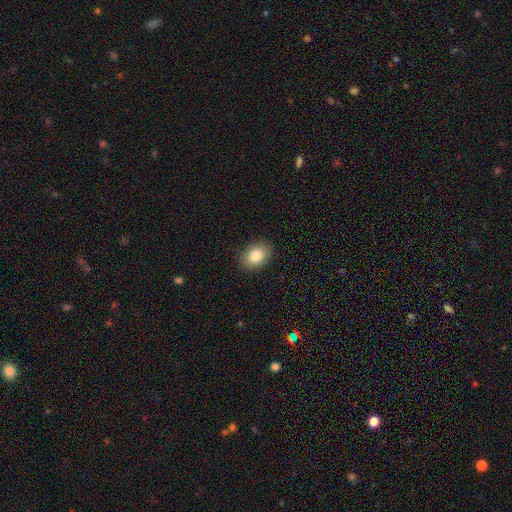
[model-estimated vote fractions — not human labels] The model was most divided on "how rounded": in between: 75%, round: 24%, cigar-shaped: 1%. More confident: merging — none (89%); smooth or featured — smooth (82%).